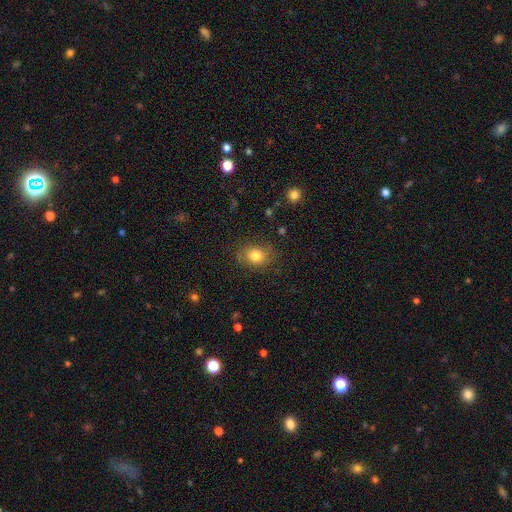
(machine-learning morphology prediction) type=smooth (79%); roundness=round (50%); merging=none (79%).